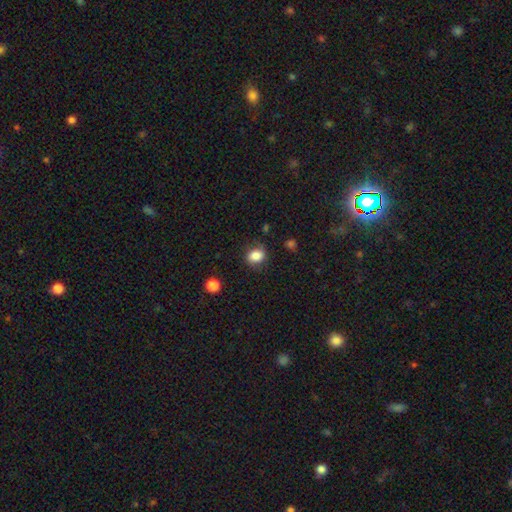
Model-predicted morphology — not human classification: Smooth or featured? smooth (82%)
How rounded? in between (52%)
Merging? none (76%)